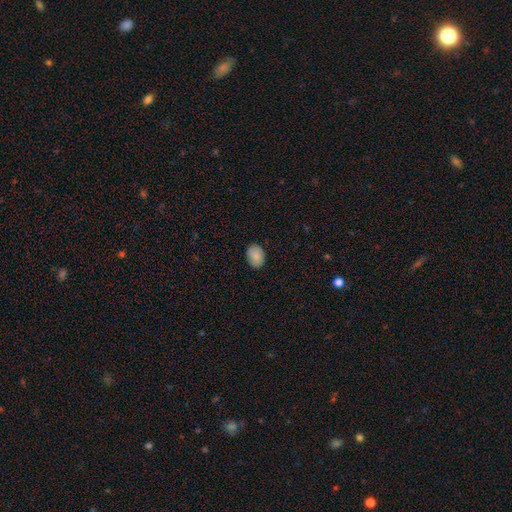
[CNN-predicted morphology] A smooth galaxy with no disk features (86%) that is in between round and cigar-shaped (73%).

Vote fractions:
- Smooth or featured? smooth: 86% / star or artifact: 7% / featured or disk: 7%
- How rounded? in between: 73% / round: 26% / cigar-shaped: 1%
- Merging? none: 87% / minor disturbance: 10% / major disturbance: 2% / merger: 1%